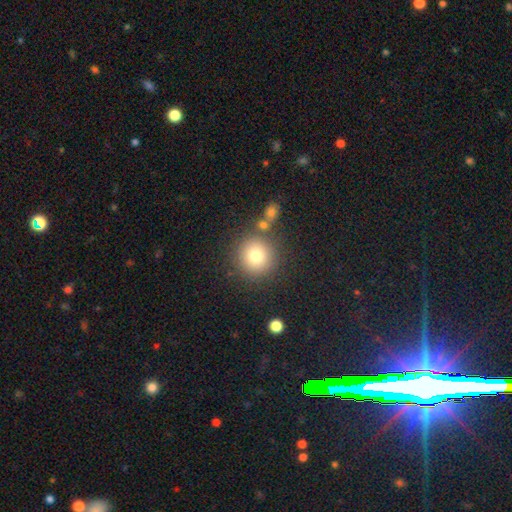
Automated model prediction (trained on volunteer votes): Smooth or featured?
  - smooth: 79% *
  - star or artifact: 12%
  - featured or disk: 10%
How rounded?
  - round: 93% *
  - in between: 6%
  - cigar-shaped: 1%
Merging?
  - none: 80% *
  - minor disturbance: 8%
  - merger: 8%
  - major disturbance: 3%